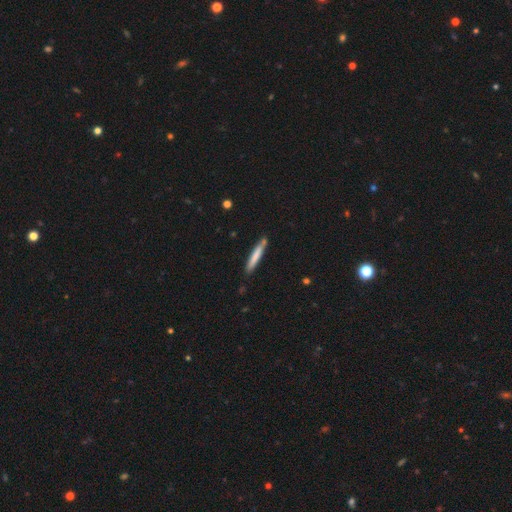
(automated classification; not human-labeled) Smooth or featured: smooth — 72% (featured or disk — 23%)
How rounded: cigar-shaped — 95% (in between — 4%)
Merging: none — 80% (minor disturbance — 13%)